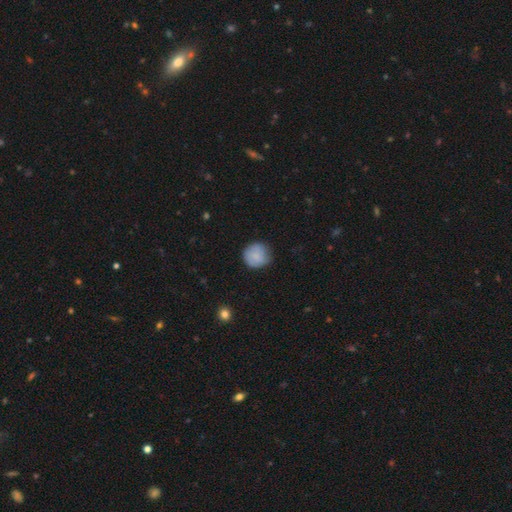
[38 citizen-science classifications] smooth-or-featured: smooth: 79% | featured or disk: 13% | star or artifact: 8%
  how-rounded: round: 97% | in between: 3% | cigar-shaped: 0%
  merging: none: 83% | minor disturbance: 14% | major disturbance: 3% | merger: 0%